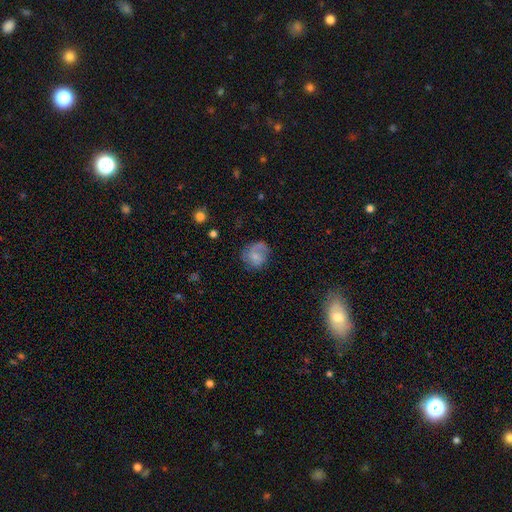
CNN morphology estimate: The model was most divided on "smooth or featured": smooth: 56%, featured or disk: 35%, star or artifact: 9%. More confident: how rounded — round (70%); merging — none (52%).